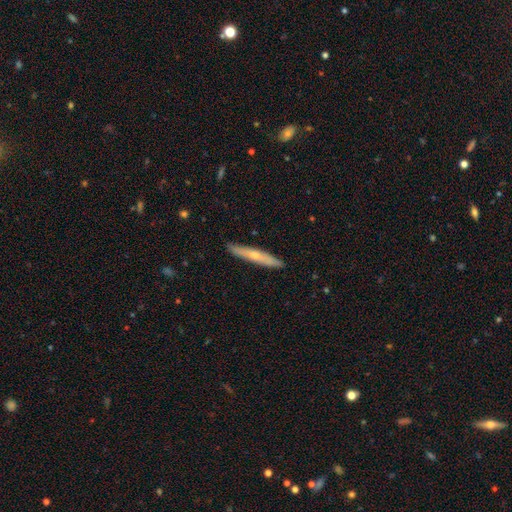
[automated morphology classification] Q: Smooth or featured?
A: featured or disk (48%); runner-up: smooth (46%)
Q: Merging?
A: none (90%); runner-up: minor disturbance (7%)